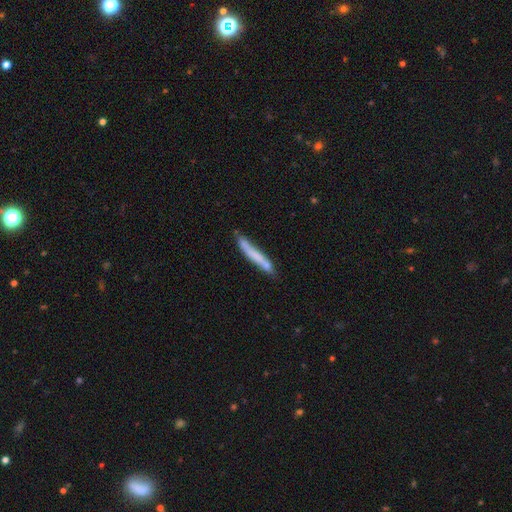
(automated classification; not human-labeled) Morphology: type=smooth (62%); roundness=cigar-shaped (95%); merging=none (68%).